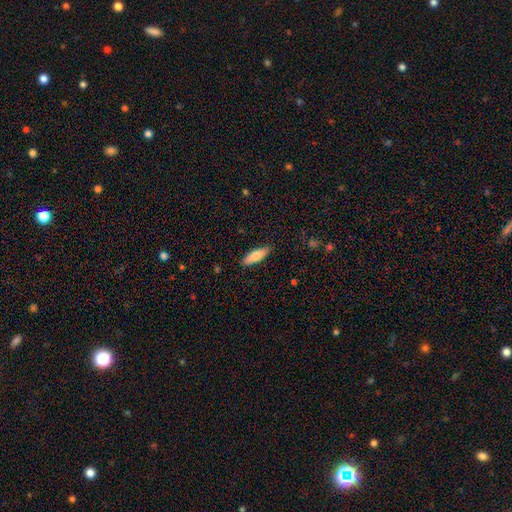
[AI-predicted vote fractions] Morphology: type=smooth (74%); roundness=in between (49%, tied with cigar-shaped); merging=none (87%).